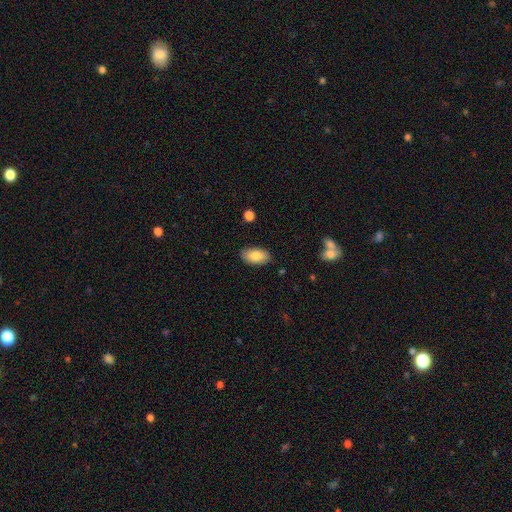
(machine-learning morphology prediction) smooth_or_featured: smooth (p=0.85) [alt: featured or disk p=0.09]
how_rounded: in between (p=0.95) [alt: round p=0.03]
merging: none (p=0.87) [alt: minor disturbance p=0.10]